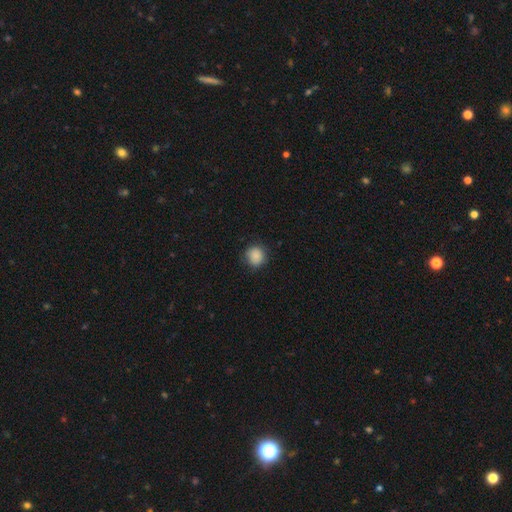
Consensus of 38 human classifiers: smooth_or_featured: smooth (p=0.84) [alt: star or artifact p=0.11]
how_rounded: round (p=0.78) [alt: in between p=0.22]
merging: none (p=0.76) [alt: minor disturbance p=0.18]